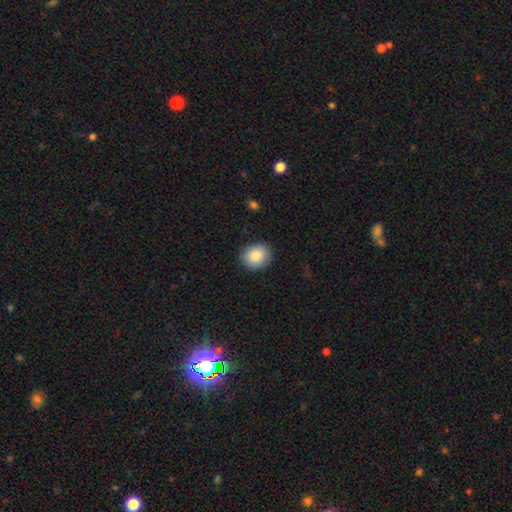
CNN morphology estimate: A smooth galaxy with no disk features (88%) that is round (63%).

Vote fractions:
- Smooth or featured? smooth: 88% / star or artifact: 7% / featured or disk: 5%
- How rounded? round: 63% / in between: 37% / cigar-shaped: 1%
- Merging? none: 87% / minor disturbance: 10% / major disturbance: 2% / merger: 1%